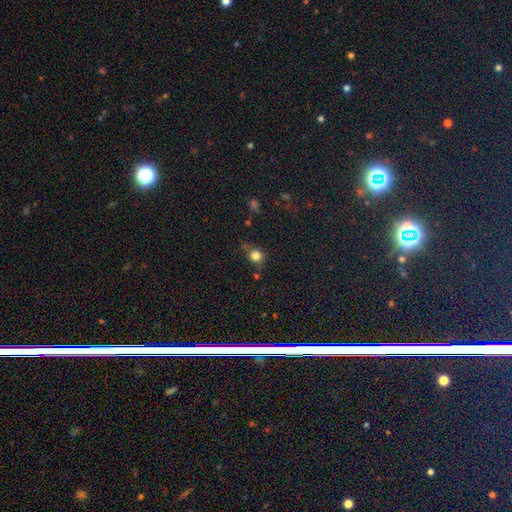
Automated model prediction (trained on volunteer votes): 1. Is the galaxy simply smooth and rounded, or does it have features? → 80% smooth, 13% star or artifact, 6% featured or disk.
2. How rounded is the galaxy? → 78% round, 21% in between, 1% cigar-shaped.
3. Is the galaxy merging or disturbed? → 61% none, 24% minor disturbance, 8% major disturbance, 7% merger.